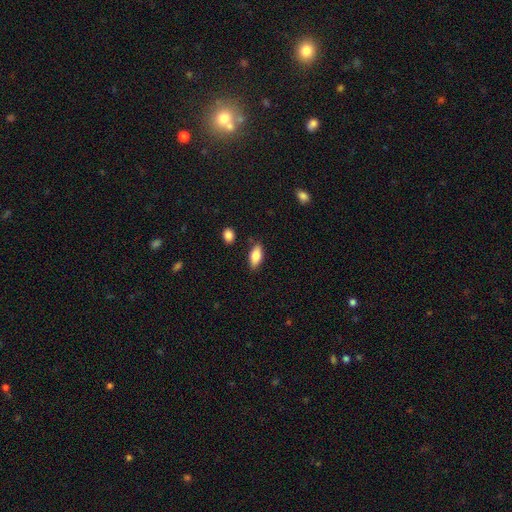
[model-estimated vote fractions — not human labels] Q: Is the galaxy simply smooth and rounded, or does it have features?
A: smooth — 80%.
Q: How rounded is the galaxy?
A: in between — 85%.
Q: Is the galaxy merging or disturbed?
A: none — 82%.